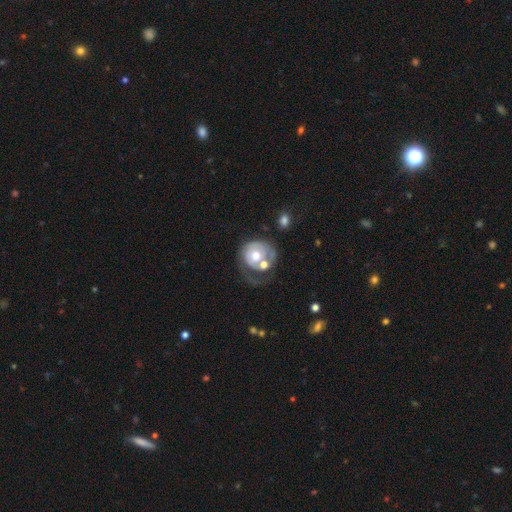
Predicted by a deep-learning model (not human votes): This appears to be a featured or disk galaxy (54%) with no bar (87%), no spiral arms (54%) and a moderate central bulge (70%). Merging: major disturbance (31%).